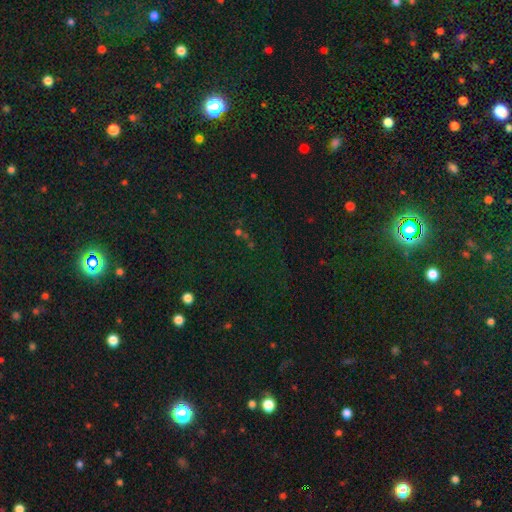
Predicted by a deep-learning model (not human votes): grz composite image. It shows a star or artifact, not a galaxy (74%).